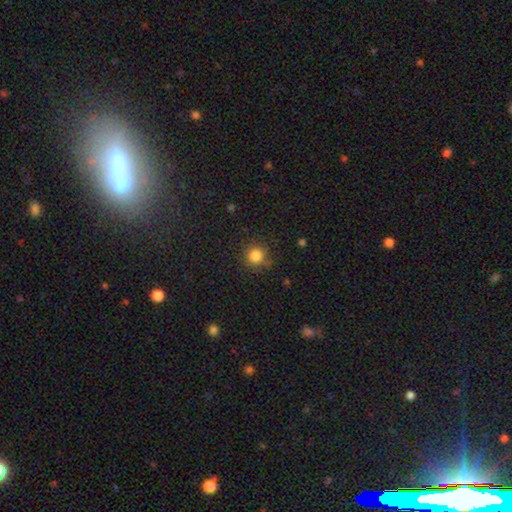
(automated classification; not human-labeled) Smooth or featured: smooth — 84% (star or artifact — 12%)
How rounded: round — 94% (in between — 6%)
Merging: none — 85% (minor disturbance — 10%)